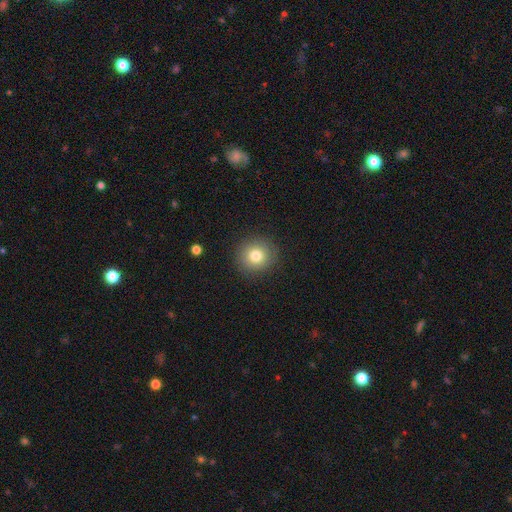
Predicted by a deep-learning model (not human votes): smooth_or_featured: smooth (p=0.79) [alt: star or artifact p=0.11]
how_rounded: round (p=0.91) [alt: in between p=0.08]
merging: none (p=0.90) [alt: minor disturbance p=0.07]